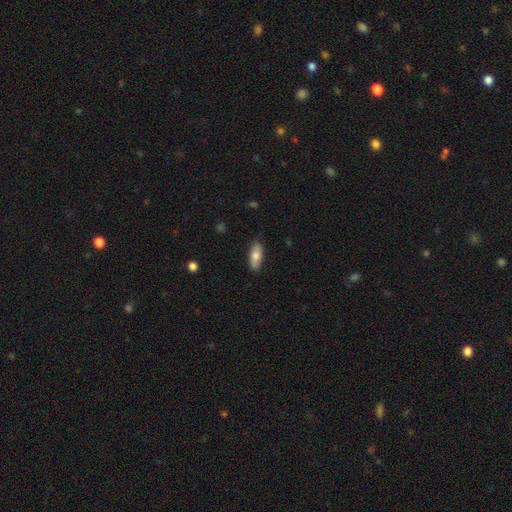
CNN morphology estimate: A smooth galaxy with no disk features (75%) that is in between round and cigar-shaped (79%). Merging: none (84%).